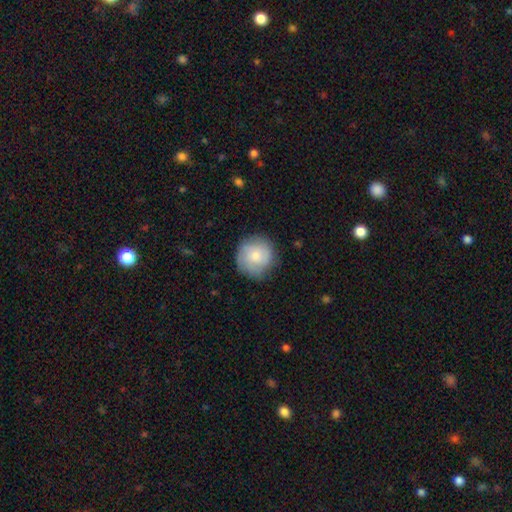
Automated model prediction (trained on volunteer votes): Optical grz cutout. It shows a smooth galaxy with no disk features (65%) that is round (92%). Merging: none (79%).